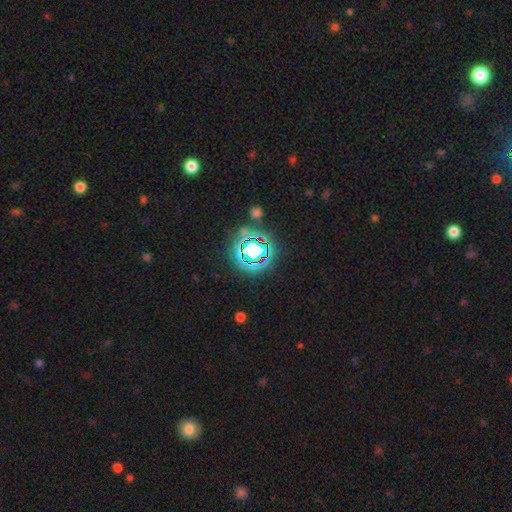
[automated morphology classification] smooth-or-featured: star or artifact: 67% | smooth: 21% | featured or disk: 12%